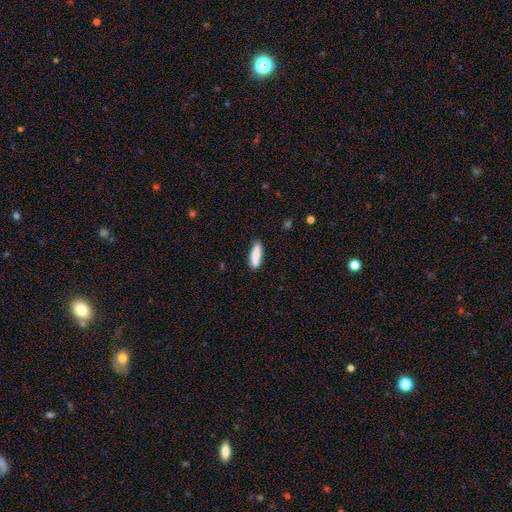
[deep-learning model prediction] This is clearly a smooth galaxy (82%). How rounded: possibly in between (52%). Merging: clearly none (83%).